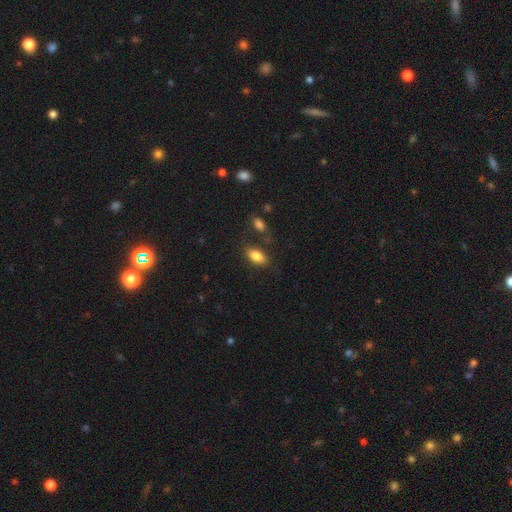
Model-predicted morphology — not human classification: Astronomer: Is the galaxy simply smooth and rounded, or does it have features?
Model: smooth — 84%.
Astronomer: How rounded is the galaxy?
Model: in between — 89%.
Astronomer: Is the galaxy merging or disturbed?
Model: none — 79%.